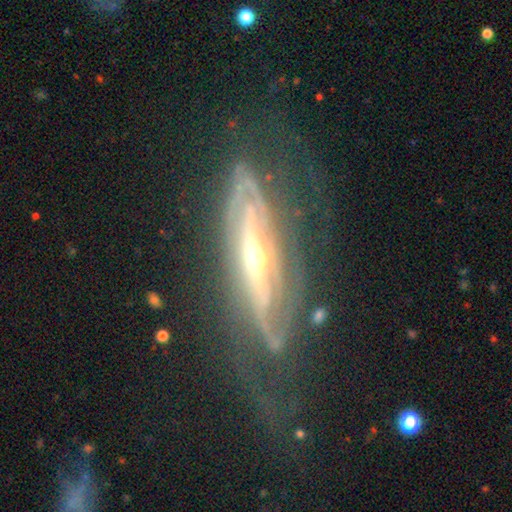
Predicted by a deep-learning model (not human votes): smooth-or-featured: featured or disk: 86% | smooth: 8% | star or artifact: 6%
  disk-edge-on: no: 55% | yes: 45%
  merging: none: 57% | minor disturbance: 22% | major disturbance: 19% | merger: 2%